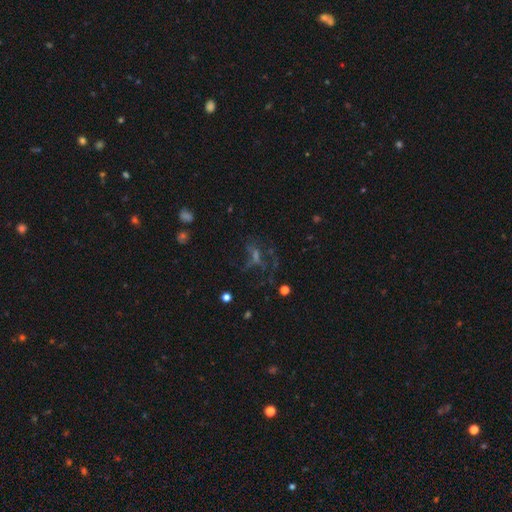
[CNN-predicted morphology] Smooth or featured?
  - featured or disk: 41% *
  - star or artifact: 39%
  - smooth: 20%
Merging?
  - none: 44% *
  - major disturbance: 35%
  - minor disturbance: 15%
  - merger: 6%